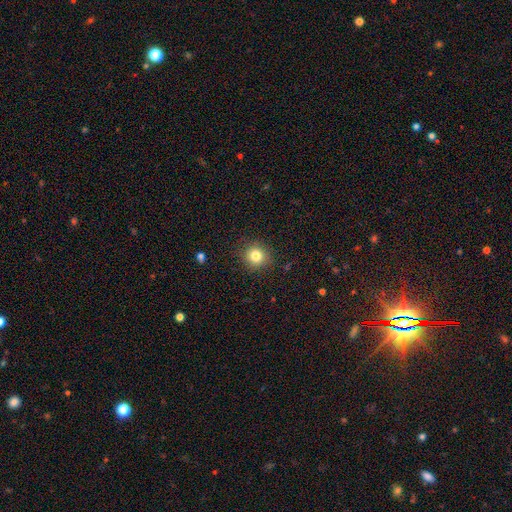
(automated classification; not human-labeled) This is clearly a smooth galaxy (82%). How rounded: clearly round (90%). Merging: clearly none (88%).